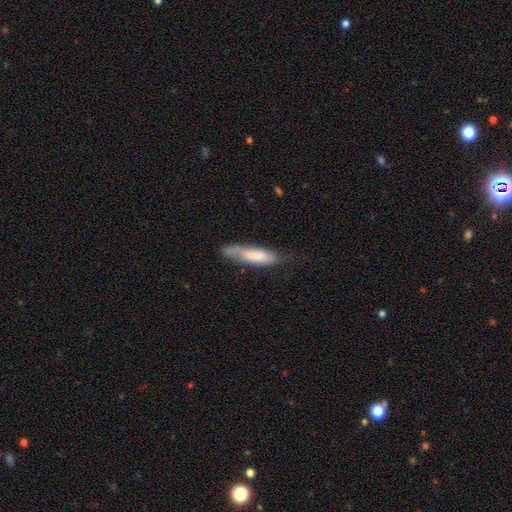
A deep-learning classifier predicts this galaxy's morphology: A smooth galaxy with no disk features (69%) that is cigar-shaped (66%). Merging: none (51%).